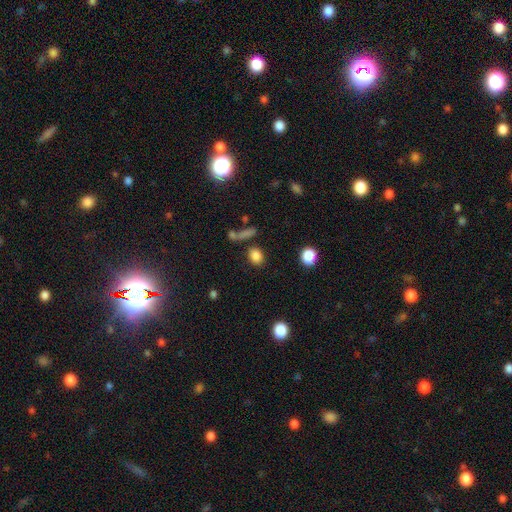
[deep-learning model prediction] Overall: smooth (83%). How rounded: in between (54%; round 43%). Merging: none (77%).